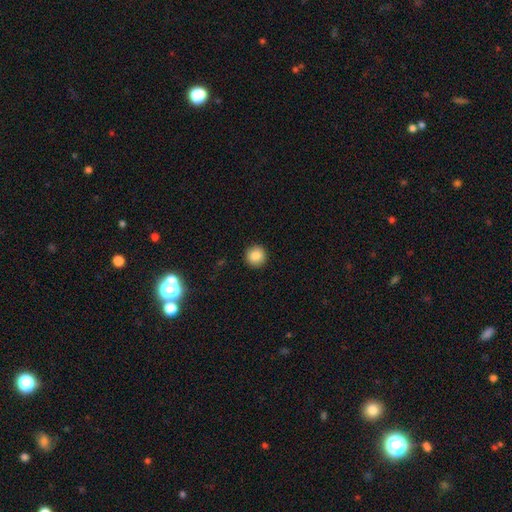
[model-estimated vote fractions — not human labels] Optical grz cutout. It shows a smooth galaxy with no disk features (86%) that is round (95%). Merging: none (92%).